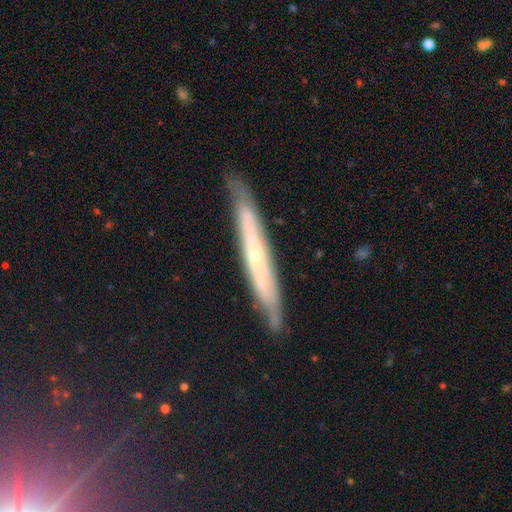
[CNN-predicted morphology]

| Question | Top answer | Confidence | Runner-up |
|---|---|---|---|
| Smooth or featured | featured or disk | 70% | smooth (23%) |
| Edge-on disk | yes | 79% | no (21%) |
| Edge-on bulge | none | 53% | rounded (43%) |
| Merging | none | 82% | minor disturbance (14%) |